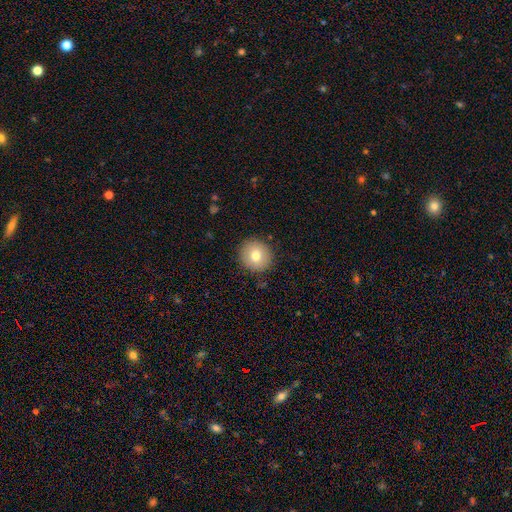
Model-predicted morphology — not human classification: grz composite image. It shows a smooth galaxy with no disk features (76%) that is round (91%). Merging: none (89%).